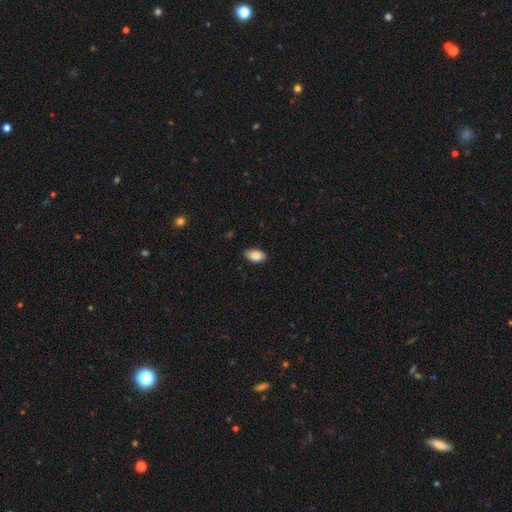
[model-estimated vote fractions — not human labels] smooth_or_featured: smooth (p=0.86) [alt: featured or disk p=0.08]
how_rounded: in between (p=0.93) [alt: round p=0.04]
merging: none (p=0.85) [alt: minor disturbance p=0.12]